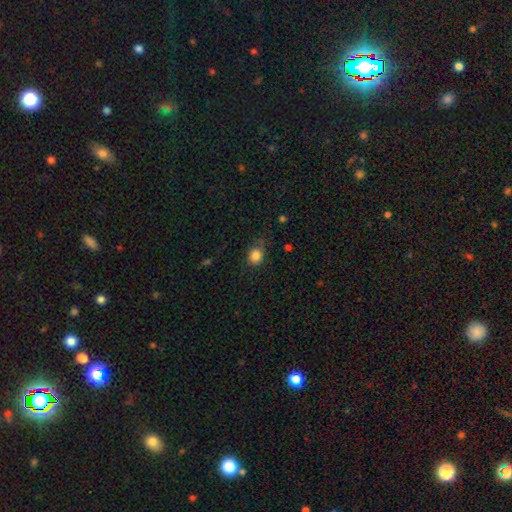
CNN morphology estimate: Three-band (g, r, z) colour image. It shows a smooth galaxy with no disk features (85%) that is round (73%). Merging: none (66%).